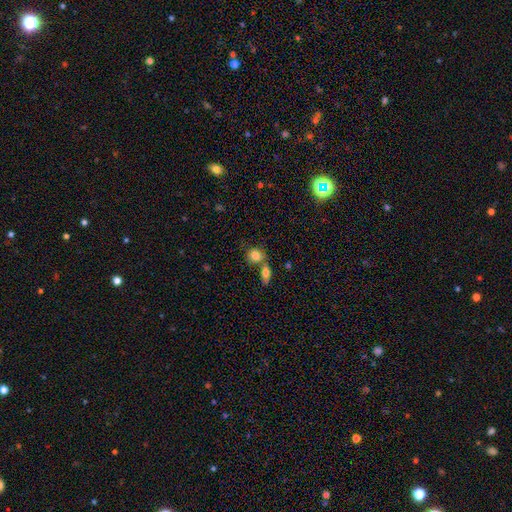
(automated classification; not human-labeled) Smooth or featured? Predicted: smooth (p=0.82). How rounded? Predicted: round (p=0.63). Merging? Predicted: none (p=0.48).